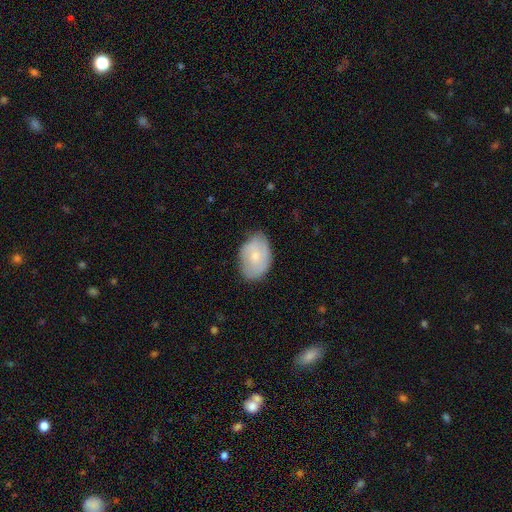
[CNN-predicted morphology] Smooth or featured: smooth — 64% (featured or disk — 29%)
How rounded: in between — 83% (round — 16%)
Merging: none — 70% (minor disturbance — 24%)